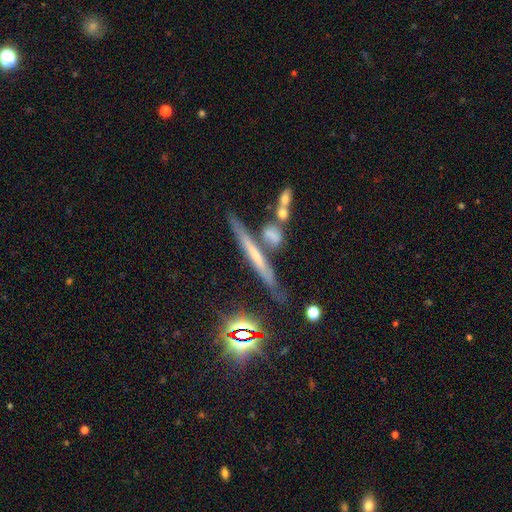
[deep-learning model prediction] Overall: featured or disk (52%; smooth 30%). Edge-on disk: yes (90%). Merging: none (67%).